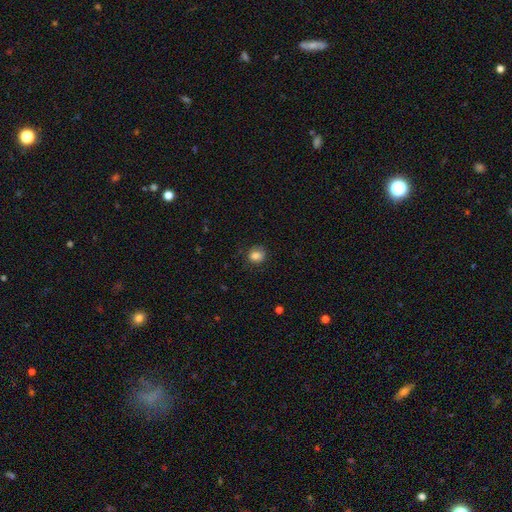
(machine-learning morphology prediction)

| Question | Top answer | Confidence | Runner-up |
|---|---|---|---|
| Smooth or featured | smooth | 84% | star or artifact (10%) |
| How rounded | round | 62% | in between (37%) |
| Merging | none | 76% | minor disturbance (17%) |